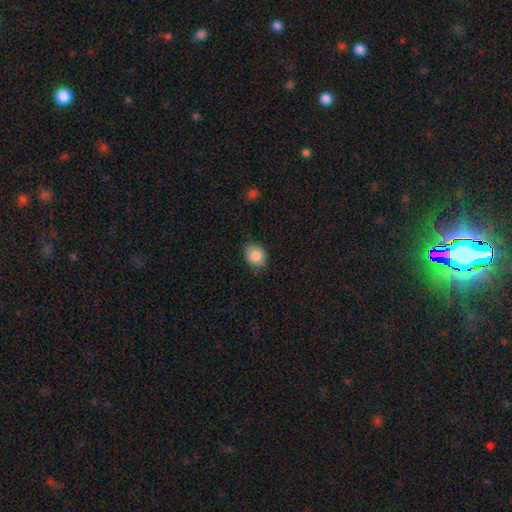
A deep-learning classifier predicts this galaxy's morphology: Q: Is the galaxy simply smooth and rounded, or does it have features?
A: smooth — 85%.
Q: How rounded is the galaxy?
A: in between — 54%.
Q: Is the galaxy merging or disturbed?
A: none — 81%.